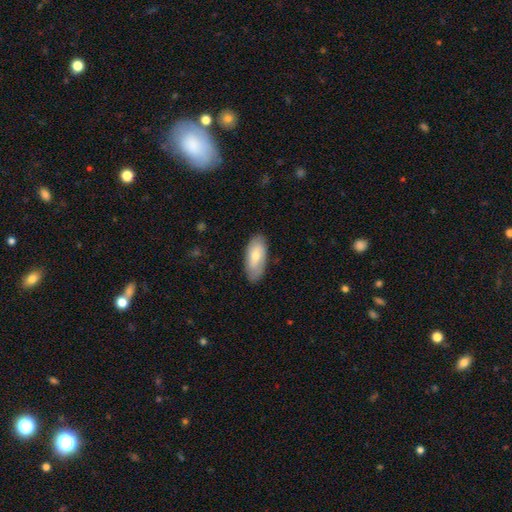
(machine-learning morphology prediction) The model was most divided on "smooth or featured": smooth: 66%, featured or disk: 28%, star or artifact: 5%. More confident: how rounded — in between (89%); merging — none (83%).